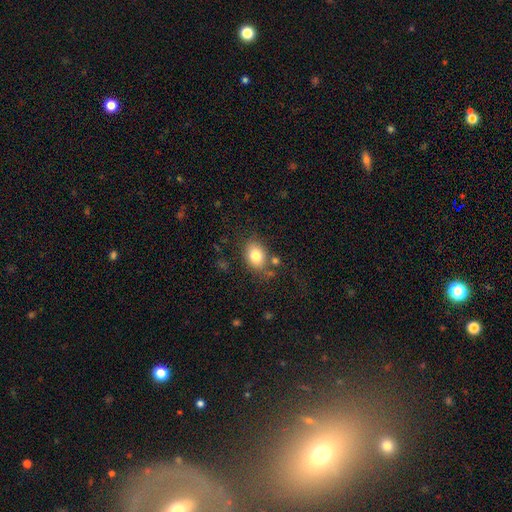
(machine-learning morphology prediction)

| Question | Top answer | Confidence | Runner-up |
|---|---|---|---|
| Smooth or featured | smooth | 80% | featured or disk (11%) |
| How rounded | in between | 68% | round (31%) |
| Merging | none | 73% | minor disturbance (15%) |